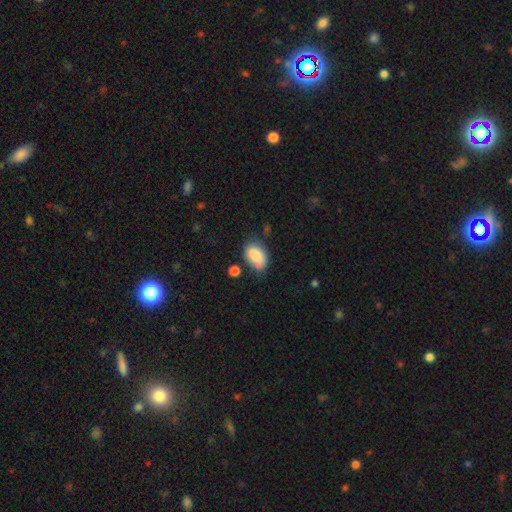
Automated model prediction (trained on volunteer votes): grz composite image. It shows a smooth galaxy with no disk features (83%) that is in between round and cigar-shaped (88%). Merging: none (52%).